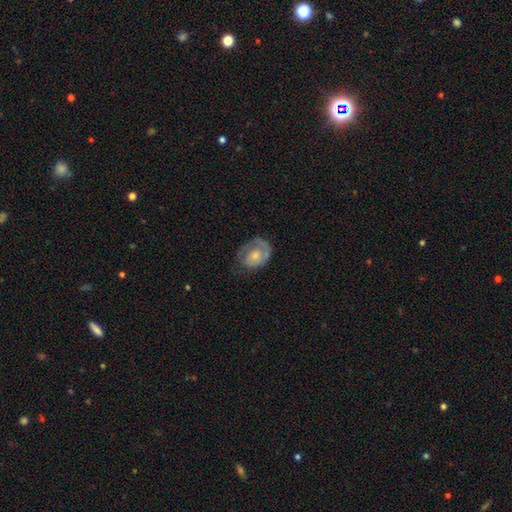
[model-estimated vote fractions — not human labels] Smooth or featured? featured or disk (57%)
Edge-on disk? no (97%)
Bar? no (80%)
Spiral arms? yes (68%)
Bulge size? moderate (45%)
Merging? none (52%)